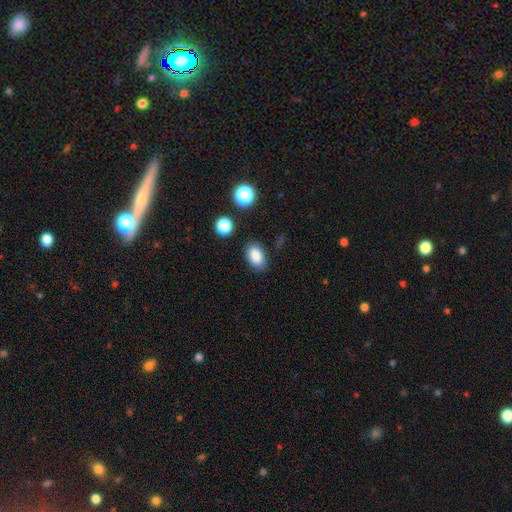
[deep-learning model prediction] This is clearly a smooth galaxy (86%). How rounded: clearly in between (88%). Merging: clearly none (83%).